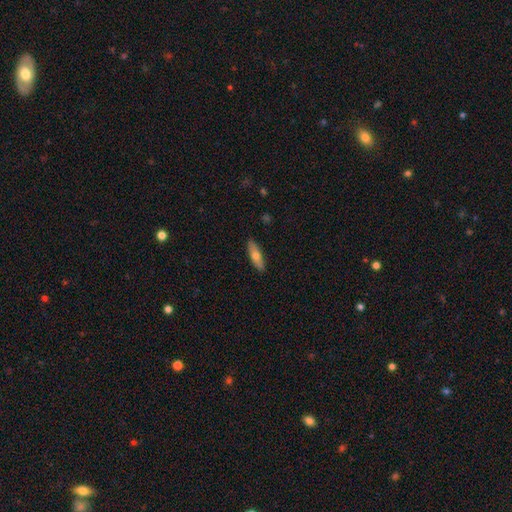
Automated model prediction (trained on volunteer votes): smooth-or-featured: smooth: 65% | featured or disk: 29% | star or artifact: 6%
  how-rounded: cigar-shaped: 53% | in between: 45% | round: 2%
  merging: none: 89% | minor disturbance: 8% | major disturbance: 2% | merger: 1%